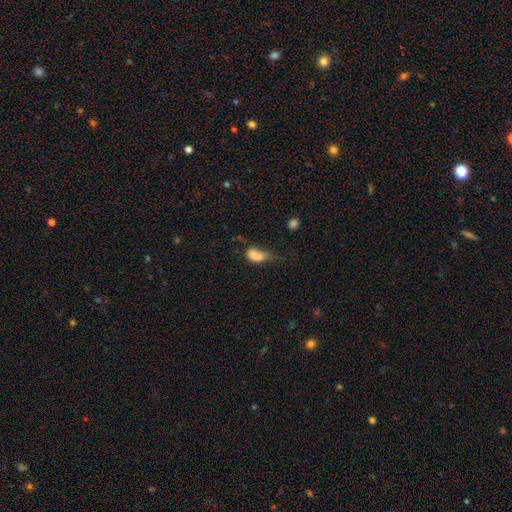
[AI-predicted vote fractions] A smooth galaxy with no disk features (79%) that is in between round and cigar-shaped (86%).

Vote fractions:
- Smooth or featured? smooth: 79% / featured or disk: 11% / star or artifact: 10%
- How rounded? in between: 86% / round: 9% / cigar-shaped: 4%
- Merging? minor disturbance: 38% / major disturbance: 31% / none: 23% / merger: 8%